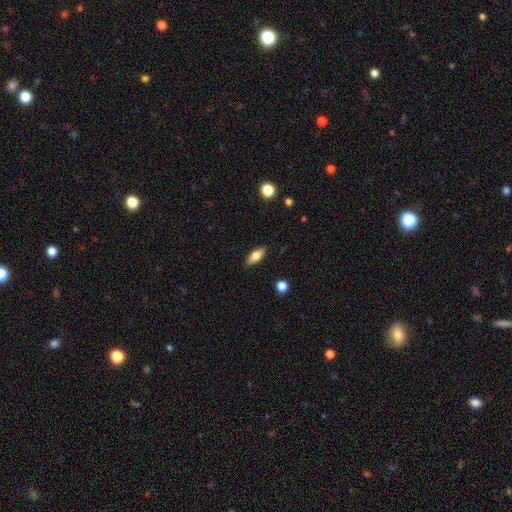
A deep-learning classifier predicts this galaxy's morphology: This appears to be a smooth galaxy with no disk features (66%) that is in between round and cigar-shaped (76%). Merging: none (87%).